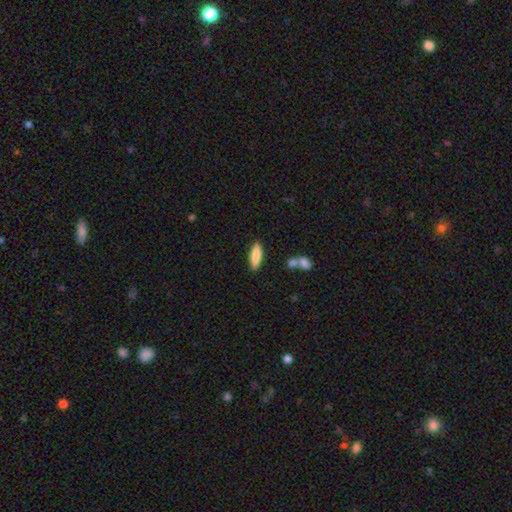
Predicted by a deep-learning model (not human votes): Morphology: type=smooth (81%); roundness=cigar-shaped (54%); merging=none (84%).